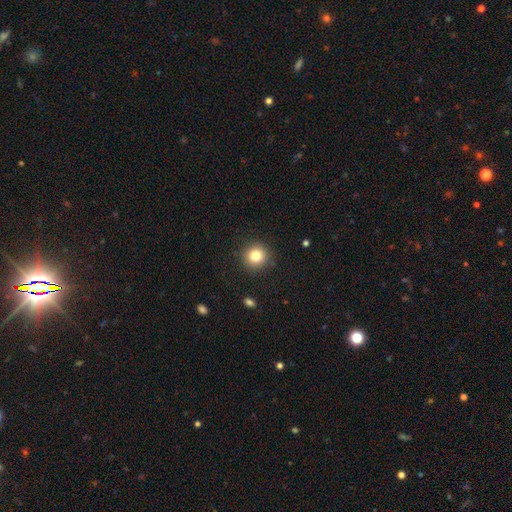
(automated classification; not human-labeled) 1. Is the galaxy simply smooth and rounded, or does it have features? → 81% smooth, 11% star or artifact, 8% featured or disk.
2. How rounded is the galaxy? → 93% round, 6% in between, 1% cigar-shaped.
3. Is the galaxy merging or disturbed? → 90% none, 7% minor disturbance, 2% major disturbance, 1% merger.